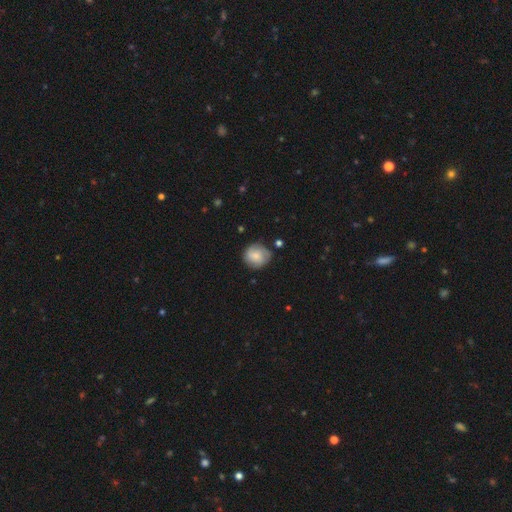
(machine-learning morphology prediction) A smooth galaxy with no disk features (63%) that is round (85%).

Vote fractions:
- Smooth or featured? smooth: 63% / featured or disk: 30% / star or artifact: 7%
- How rounded? round: 85% / in between: 14% / cigar-shaped: 1%
- Merging? none: 71% / minor disturbance: 21% / major disturbance: 5% / merger: 3%